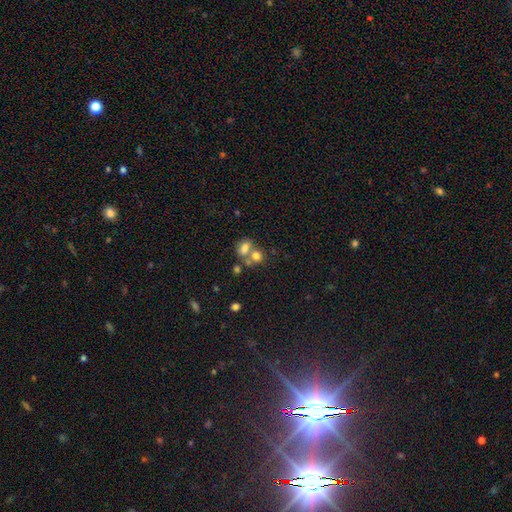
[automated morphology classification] type=smooth (71%); roundness=round (54%); merging=merger (54%).